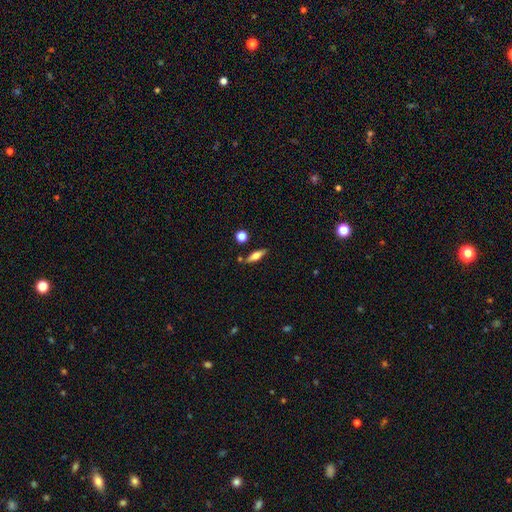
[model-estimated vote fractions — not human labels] Smooth or featured?
  - smooth: 55% *
  - featured or disk: 37%
  - star or artifact: 8%
How rounded?
  - cigar-shaped: 53% *
  - in between: 43%
  - round: 4%
Merging?
  - none: 79% *
  - minor disturbance: 12%
  - merger: 6%
  - major disturbance: 3%